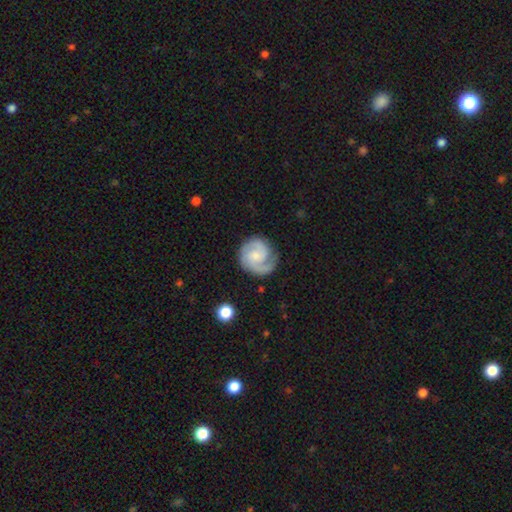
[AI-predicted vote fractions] Smooth or featured? featured or disk (83%)
Edge-on disk? no (98%)
Bar? no (60%)
Spiral arms? yes (97%)
Spiral winding? tight (50%)
Spiral arm count? 2 (61%)
Bulge size? small (52%)
Merging? none (77%)